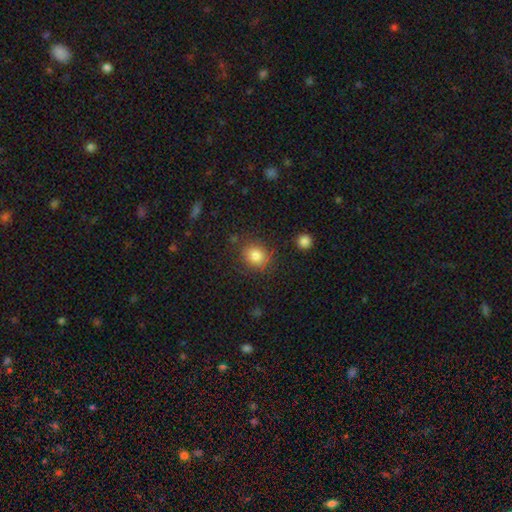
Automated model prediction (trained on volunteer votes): Q: Smooth or featured?
A: smooth (84%); runner-up: star or artifact (10%)
Q: How rounded?
A: round (70%); runner-up: in between (29%)
Q: Merging?
A: none (81%); runner-up: minor disturbance (12%)